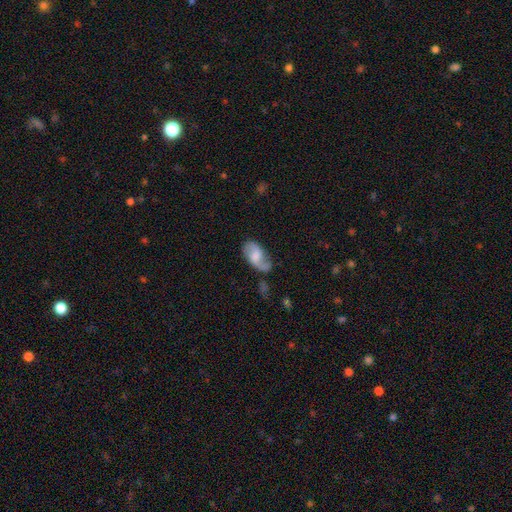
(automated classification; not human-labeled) smooth_or_featured: featured or disk (p=0.60) [alt: smooth p=0.33]
disk_edge_on: no (p=0.96) [alt: yes p=0.04]
bar: weak (p=0.48) [alt: no p=0.42]
has_spiral_arms: yes (p=0.91) [alt: no p=0.09]
spiral_winding: loose (p=0.53) [alt: medium p=0.36]
spiral_arm_count: 2 (p=0.78) [alt: 1 p=0.13]
bulge_size: moderate (p=0.39) [alt: small p=0.29]
merging: none (p=0.58) [alt: minor disturbance p=0.26]